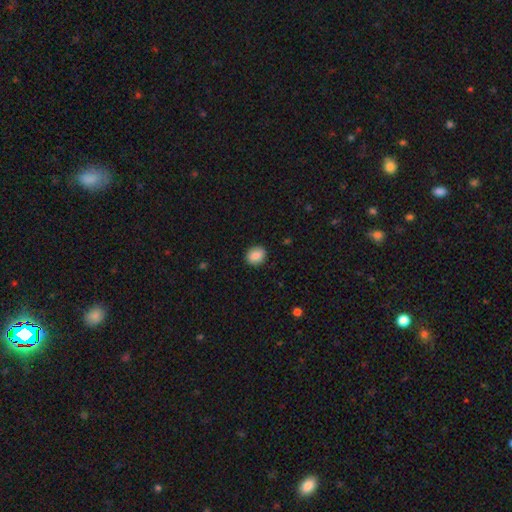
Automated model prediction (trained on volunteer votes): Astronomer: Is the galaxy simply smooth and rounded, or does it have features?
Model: smooth — 84%.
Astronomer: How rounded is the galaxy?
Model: round — 68%.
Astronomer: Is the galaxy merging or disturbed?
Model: none — 90%.